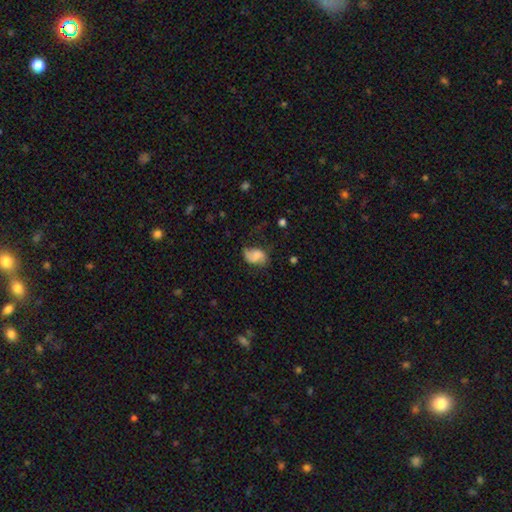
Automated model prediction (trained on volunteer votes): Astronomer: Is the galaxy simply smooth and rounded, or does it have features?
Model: smooth — 57% (runner-up: featured or disk, 34%).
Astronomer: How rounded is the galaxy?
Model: in between — 79%.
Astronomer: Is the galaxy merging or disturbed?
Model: none — 46% (runner-up: minor disturbance, 32%).